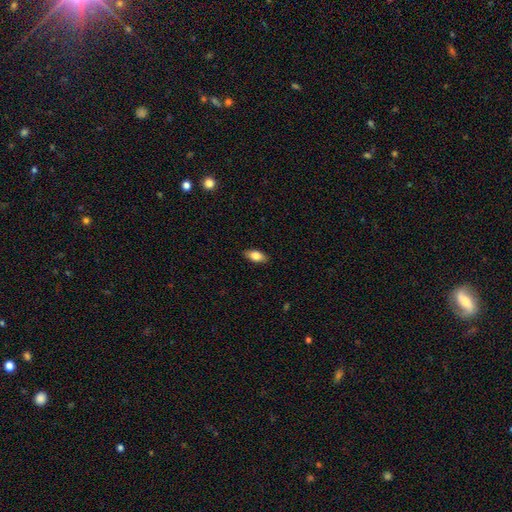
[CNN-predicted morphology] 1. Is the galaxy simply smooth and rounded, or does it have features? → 81% smooth, 12% featured or disk, 7% star or artifact.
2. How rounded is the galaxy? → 88% in between, 8% cigar-shaped, 4% round.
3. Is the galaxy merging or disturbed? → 88% none, 9% minor disturbance, 2% major disturbance, 1% merger.